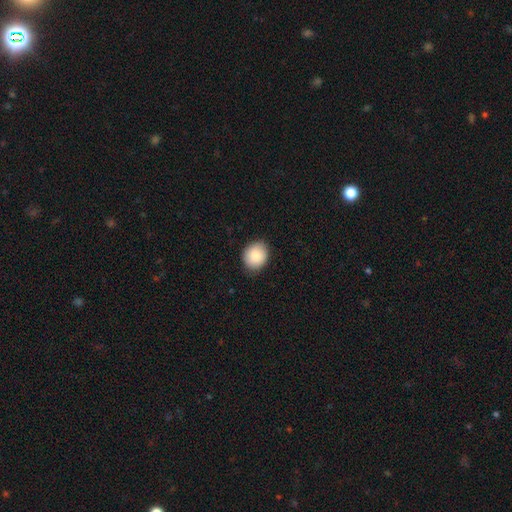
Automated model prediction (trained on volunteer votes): Smooth or featured?
  - smooth: 85% *
  - featured or disk: 8%
  - star or artifact: 7%
How rounded?
  - round: 64% *
  - in between: 35%
  - cigar-shaped: 1%
Merging?
  - none: 84% *
  - minor disturbance: 12%
  - major disturbance: 2%
  - merger: 1%